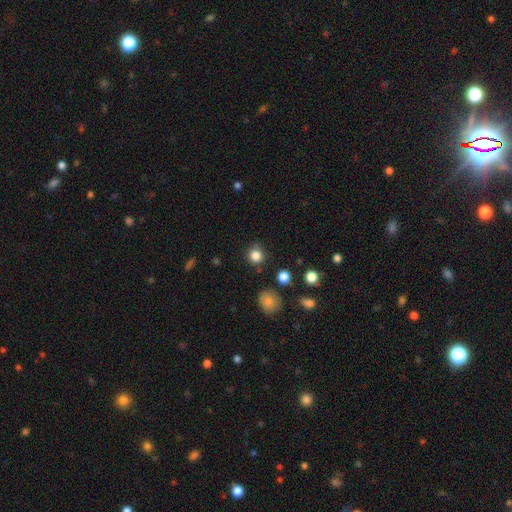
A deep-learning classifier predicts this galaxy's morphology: A smooth galaxy with no disk features (84%) that is round (91%). Merging: none (84%).